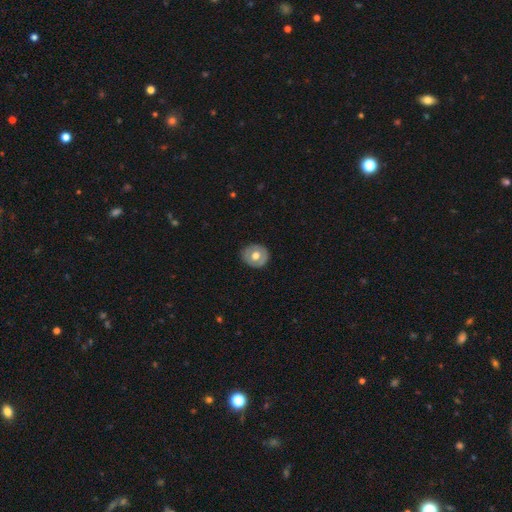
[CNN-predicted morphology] smooth-or-featured: smooth: 54% | featured or disk: 39% | star or artifact: 6%
  how-rounded: round: 83% | in between: 16% | cigar-shaped: 1%
  merging: none: 87% | minor disturbance: 10% | major disturbance: 2% | merger: 1%